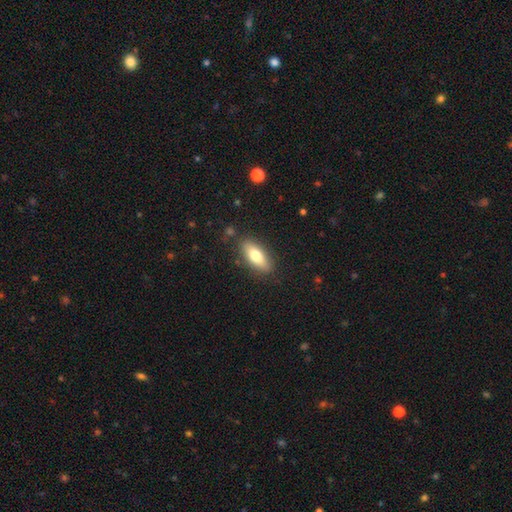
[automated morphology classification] A smooth galaxy with no disk features (73%) that is in between round and cigar-shaped (78%).

Vote fractions:
- Smooth or featured? smooth: 73% / featured or disk: 20% / star or artifact: 7%
- How rounded? in between: 78% / cigar-shaped: 20% / round: 3%
- Merging? none: 84% / minor disturbance: 11% / major disturbance: 3% / merger: 2%